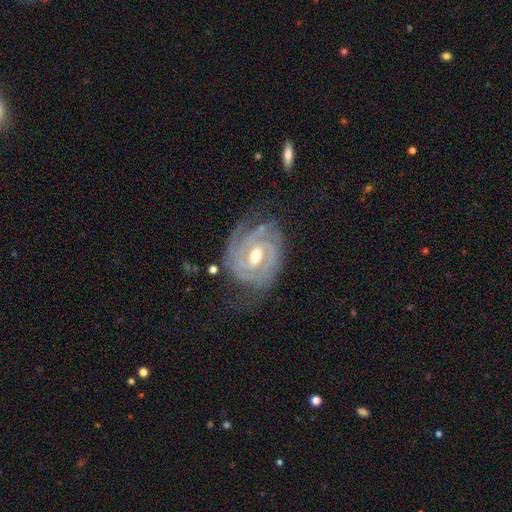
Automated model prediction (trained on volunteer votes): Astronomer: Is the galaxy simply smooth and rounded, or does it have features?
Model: featured or disk — 93%.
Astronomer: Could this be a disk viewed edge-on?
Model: no — 97%.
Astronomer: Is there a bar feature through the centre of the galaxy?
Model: weak — 50% (runner-up: strong, 29%).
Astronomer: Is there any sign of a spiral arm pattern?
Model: yes — 98%.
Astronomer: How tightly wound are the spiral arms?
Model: tight — 76%.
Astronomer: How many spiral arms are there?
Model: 2 — 44% (runner-up: 3, 28%).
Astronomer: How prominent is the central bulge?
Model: moderate — 68%.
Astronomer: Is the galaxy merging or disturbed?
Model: none — 71%.